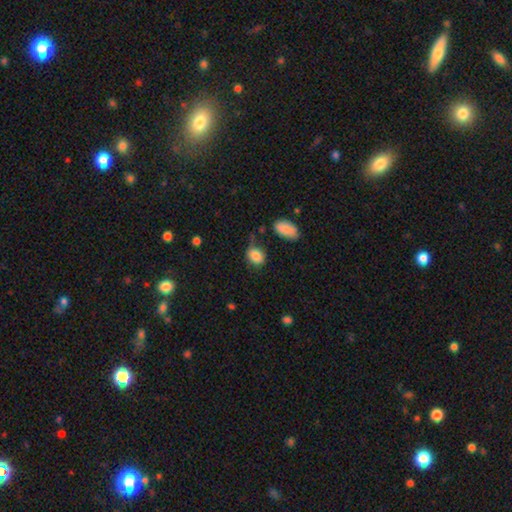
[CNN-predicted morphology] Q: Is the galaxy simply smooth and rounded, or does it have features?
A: smooth — 85%.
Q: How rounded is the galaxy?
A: in between — 58%.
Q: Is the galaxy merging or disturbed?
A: none — 60%.